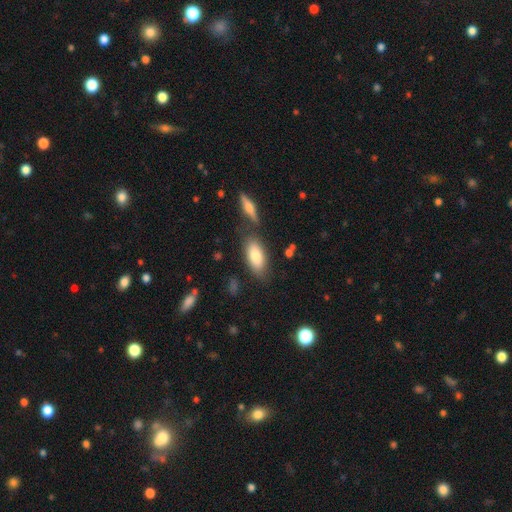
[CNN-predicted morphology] smooth 77%, featured or disk 16%, star or artifact 7%. Down the decision tree: how rounded — in between (87%); merging — none (70%).